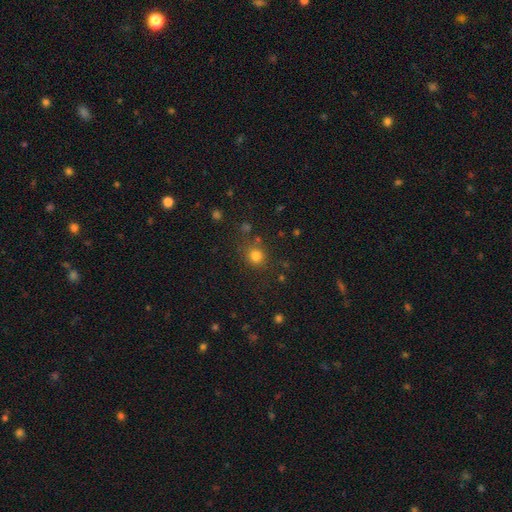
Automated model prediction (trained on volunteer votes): smooth 79%, star or artifact 15%, featured or disk 6%. Down the decision tree: how rounded — round (87%); merging — none (79%).